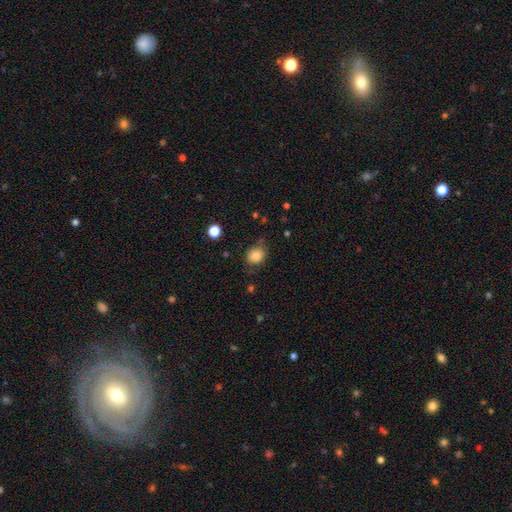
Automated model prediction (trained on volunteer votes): smooth-or-featured: smooth: 84% | star or artifact: 10% | featured or disk: 6%
  how-rounded: round: 66% | in between: 33% | cigar-shaped: 1%
  merging: none: 74% | minor disturbance: 18% | major disturbance: 5% | merger: 3%